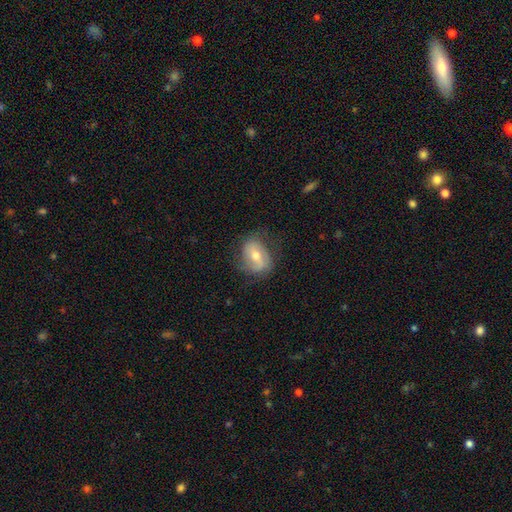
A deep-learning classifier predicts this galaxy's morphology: smooth-or-featured: featured or disk: 62% | smooth: 31% | star or artifact: 7%
  disk-edge-on: no: 95% | yes: 5%
    bar: weak: 45% | strong: 28% | no: 27%
    has-spiral-arms: yes: 76% | no: 24%
    bulge-size: moderate: 66% | small: 29% | large: 4% | none: 1% | dominant: 1%
  merging: none: 66% | minor disturbance: 22% | major disturbance: 11% | merger: 1%